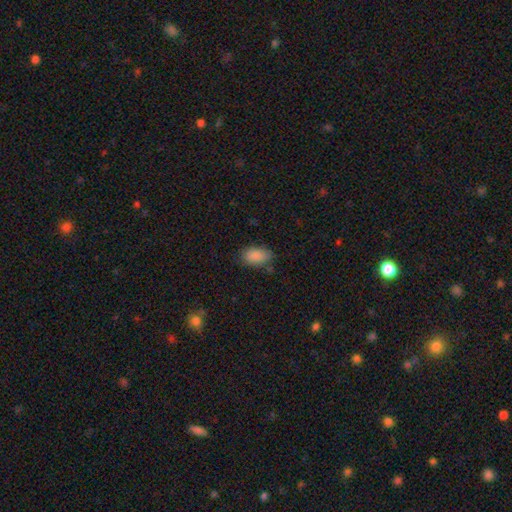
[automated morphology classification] Smooth or featured: smooth — 88% (star or artifact — 8%)
How rounded: in between — 92% (round — 6%)
Merging: none — 76% (minor disturbance — 18%)